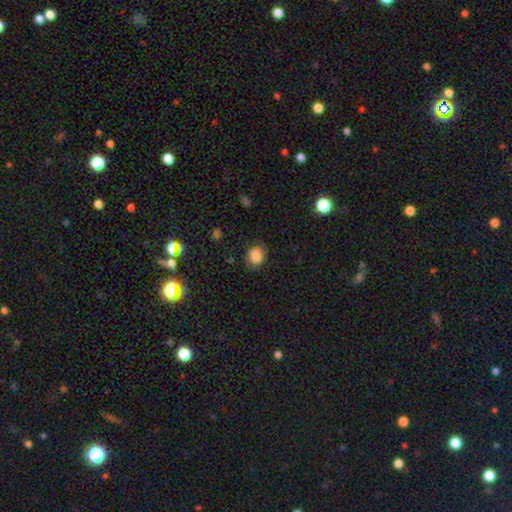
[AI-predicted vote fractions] The model was most divided on "how rounded": round: 53%, in between: 46%, cigar-shaped: 1%. More confident: smooth or featured — smooth (78%); merging — none (76%).